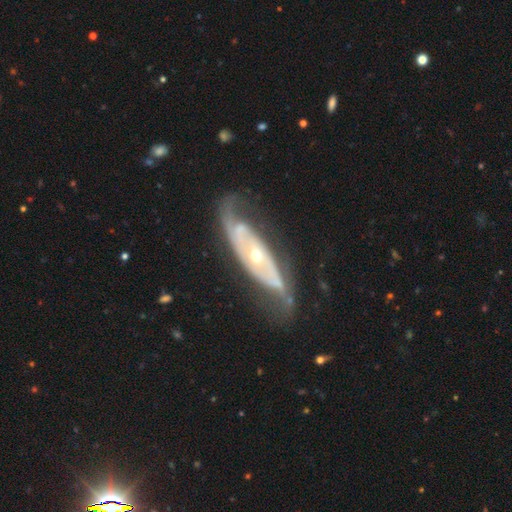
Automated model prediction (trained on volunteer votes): This is clearly a featured or disk galaxy (84%). It is clearly not viewed edge-on (83%). Bar: likely no (67%). Spiral arm pattern: clearly yes (86%). Spiral arm count: likely 2 (72%). Spiral winding: marginally tight (39%). Central bulge: possibly moderate (49%). Merging: likely none (63%).